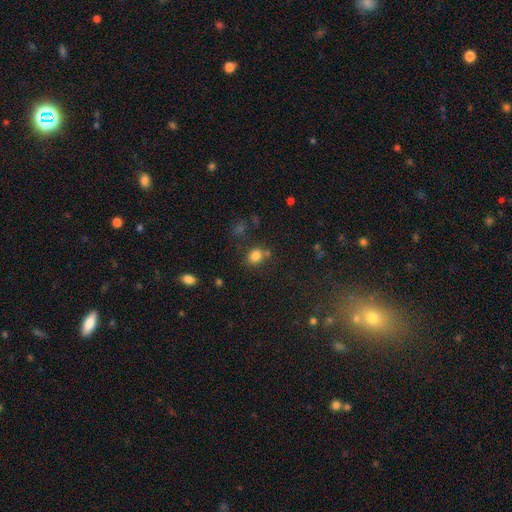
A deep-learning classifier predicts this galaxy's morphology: smooth 81%, star or artifact 13%, featured or disk 6%. Down the decision tree: how rounded — round (65%); merging — none (69%).